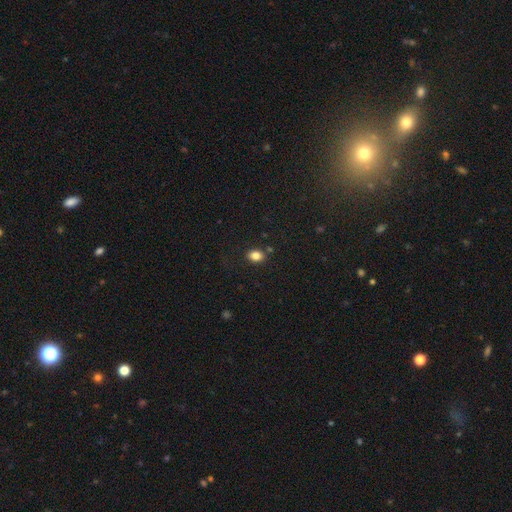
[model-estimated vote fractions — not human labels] Morphology: type=smooth (84%); roundness=in between (68%); merging=none (81%).